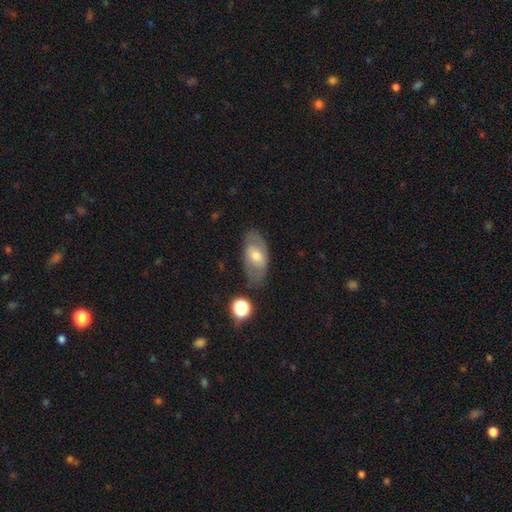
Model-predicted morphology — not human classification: Smooth or featured? Predicted: smooth (p=0.48). Merging? Predicted: none (p=0.72).